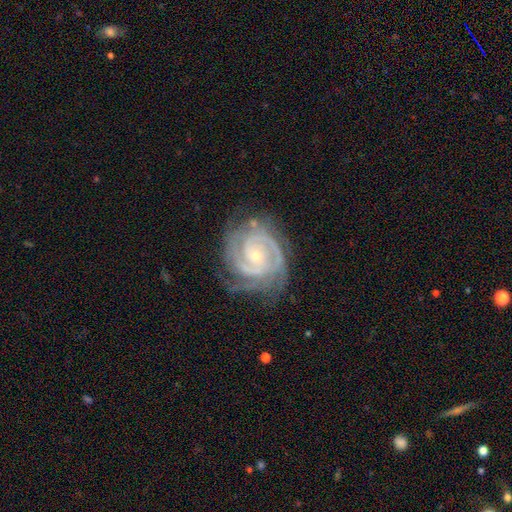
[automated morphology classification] type=featured or disk (92%); edge-on=no (98%); bar=no (67%); spiral arms=yes (98%); winding=tight (76%); arm count=2 (39%); bulge=small (77%); merging=none (72%).